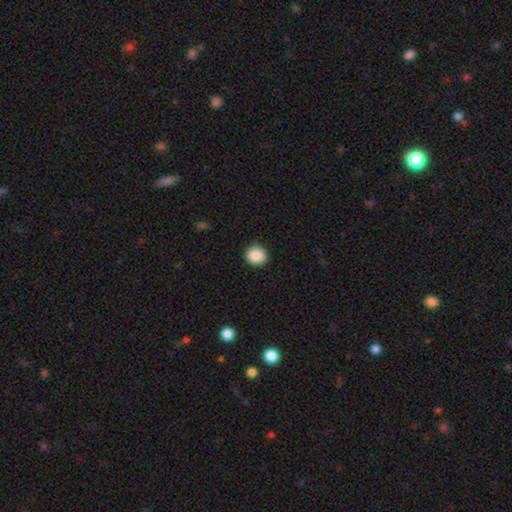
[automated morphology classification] Smooth or featured?
  - smooth: 88% *
  - star or artifact: 9%
  - featured or disk: 4%
How rounded?
  - round: 87% *
  - in between: 12%
  - cigar-shaped: 1%
Merging?
  - none: 90% *
  - minor disturbance: 7%
  - major disturbance: 2%
  - merger: 1%